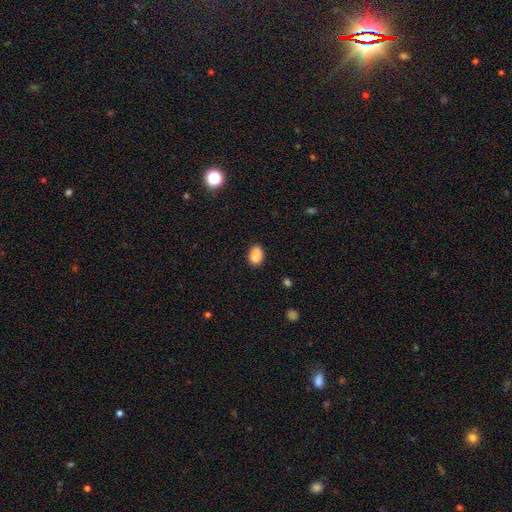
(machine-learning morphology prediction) smooth_or_featured: smooth (p=0.88) [alt: star or artifact p=0.08]
how_rounded: in between (p=0.81) [alt: round p=0.18]
merging: none (p=0.87) [alt: minor disturbance p=0.10]